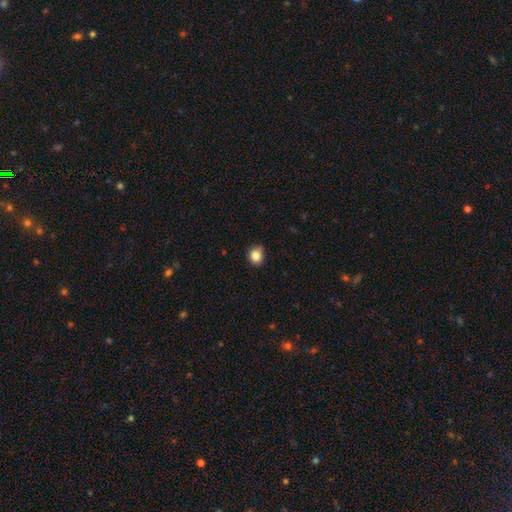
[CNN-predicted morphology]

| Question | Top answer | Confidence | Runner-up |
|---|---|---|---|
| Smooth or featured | smooth | 85% | star or artifact (10%) |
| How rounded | round | 74% | in between (25%) |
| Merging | none | 77% | minor disturbance (19%) |